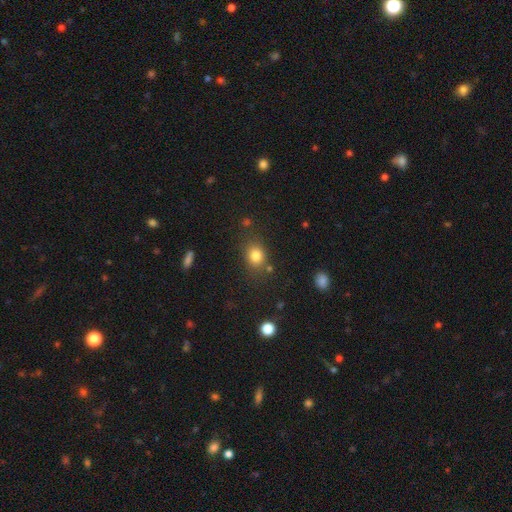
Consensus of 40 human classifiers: This is clearly a smooth galaxy (82%). How rounded: possibly in between (58%). Merging: possibly none (58%).